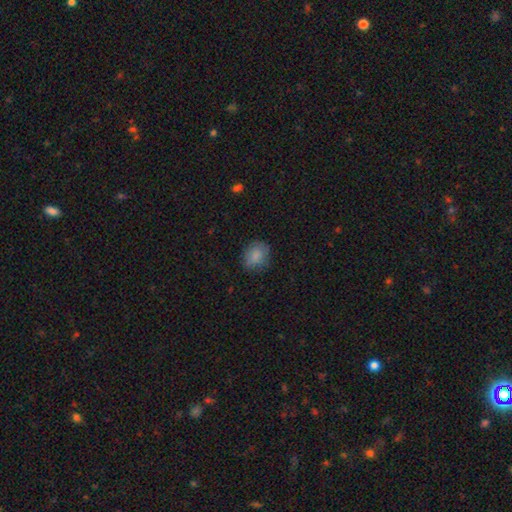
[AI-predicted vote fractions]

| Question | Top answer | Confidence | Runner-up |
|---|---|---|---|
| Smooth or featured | smooth | 84% | star or artifact (8%) |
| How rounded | round | 54% | in between (45%) |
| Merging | none | 76% | minor disturbance (18%) |